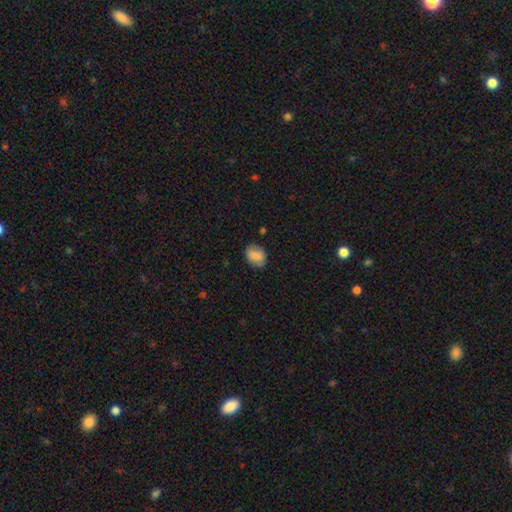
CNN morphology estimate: Smooth or featured? smooth (80%)
How rounded? in between (66%)
Merging? none (79%)